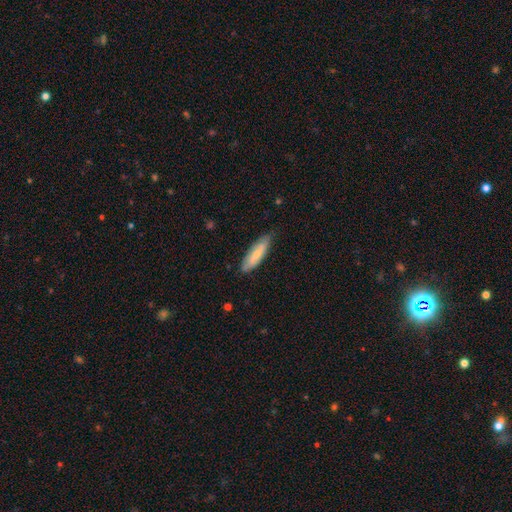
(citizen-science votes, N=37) smooth-or-featured: smooth: 70% | featured or disk: 24% | star or artifact: 5%
  how-rounded: cigar-shaped: 58% | in between: 42% | round: 0%
  merging: none: 89% | minor disturbance: 9% | merger: 3% | major disturbance: 0%